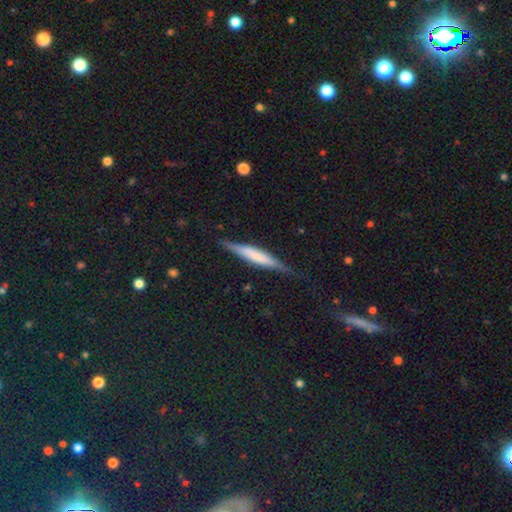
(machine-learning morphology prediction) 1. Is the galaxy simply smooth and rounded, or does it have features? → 53% featured or disk, 40% smooth, 7% star or artifact.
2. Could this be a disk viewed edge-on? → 94% yes, 6% no.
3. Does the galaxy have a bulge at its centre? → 39% boxy, 34% none, 27% rounded.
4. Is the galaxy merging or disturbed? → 79% none, 15% minor disturbance, 4% major disturbance, 2% merger.